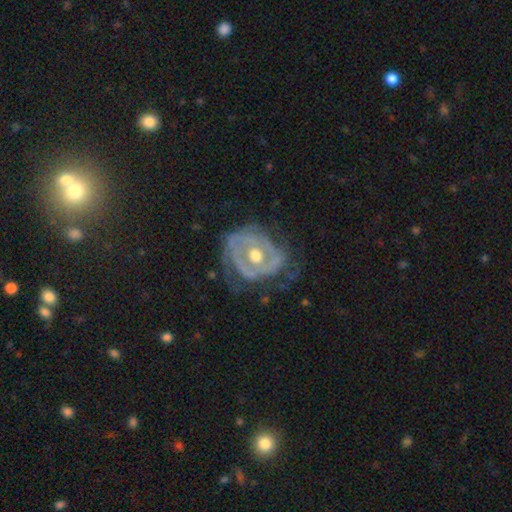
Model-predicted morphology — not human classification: A featured or disk galaxy (81%) with no bar (74%), tight (58%) spiral arms (68%) and a moderate central bulge (80%). Merging: none (53%).